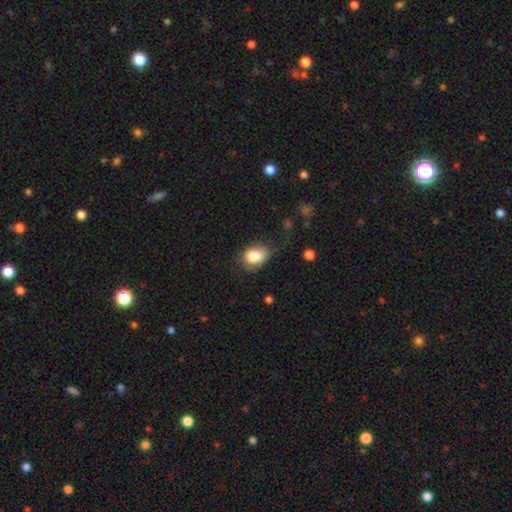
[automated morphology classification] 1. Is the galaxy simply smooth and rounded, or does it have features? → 82% smooth, 9% featured or disk, 8% star or artifact.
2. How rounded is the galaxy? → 65% in between, 34% round, 1% cigar-shaped.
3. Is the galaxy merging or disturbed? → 42% none, 32% minor disturbance, 22% major disturbance, 4% merger.